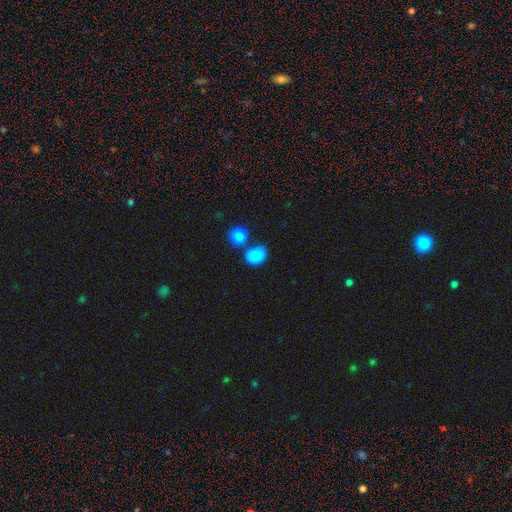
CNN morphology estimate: Q: Smooth or featured?
A: smooth (87%); runner-up: star or artifact (8%)
Q: How rounded?
A: in between (62%); runner-up: round (37%)
Q: Merging?
A: none (56%); runner-up: merger (22%)